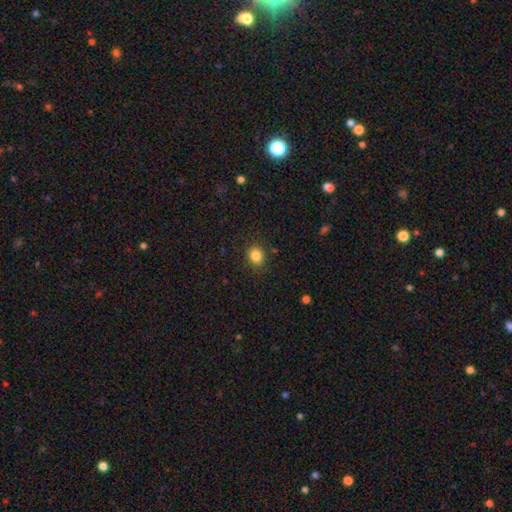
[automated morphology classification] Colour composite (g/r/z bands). It shows a smooth galaxy with no disk features (84%) that is round (71%). Merging: none (87%).